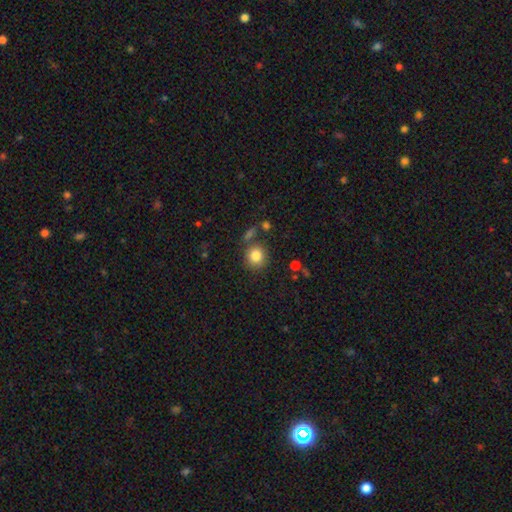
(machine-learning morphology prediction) smooth_or_featured: smooth (p=0.83) [alt: star or artifact p=0.10]
how_rounded: round (p=0.87) [alt: in between p=0.12]
merging: none (p=0.77) [alt: minor disturbance p=0.11]